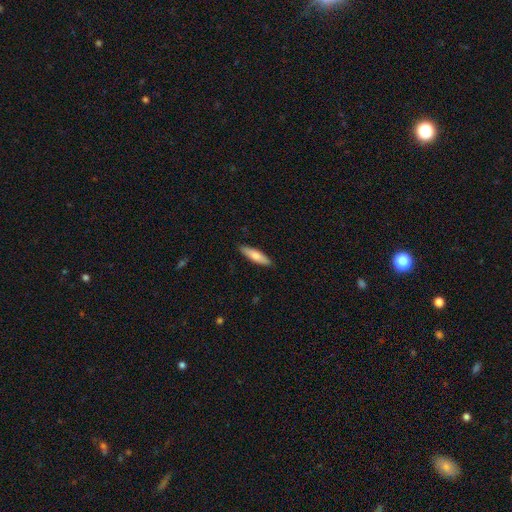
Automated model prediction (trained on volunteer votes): smooth-or-featured: smooth: 75% | featured or disk: 19% | star or artifact: 5%
  how-rounded: cigar-shaped: 69% | in between: 29% | round: 2%
  merging: none: 89% | minor disturbance: 8% | major disturbance: 2% | merger: 1%